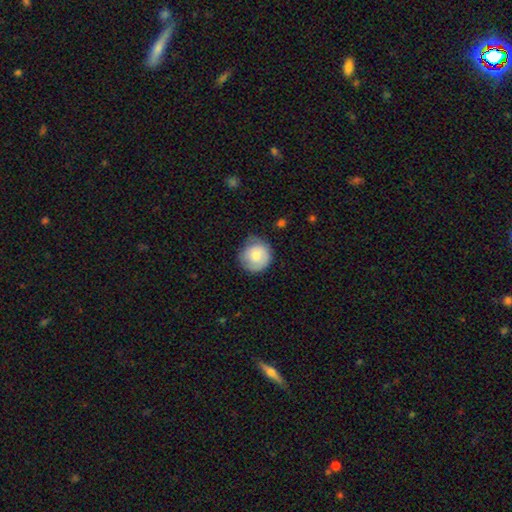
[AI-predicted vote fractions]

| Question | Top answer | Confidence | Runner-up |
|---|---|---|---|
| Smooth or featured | smooth | 74% | featured or disk (20%) |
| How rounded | round | 90% | in between (9%) |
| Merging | none | 61% | minor disturbance (30%) |